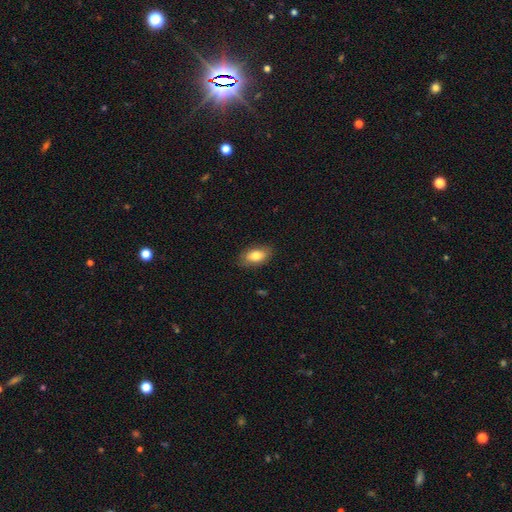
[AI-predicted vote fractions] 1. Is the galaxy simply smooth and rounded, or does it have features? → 80% smooth, 13% featured or disk, 7% star or artifact.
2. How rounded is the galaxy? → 90% in between, 6% round, 4% cigar-shaped.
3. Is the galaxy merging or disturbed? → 85% none, 12% minor disturbance, 2% major disturbance, 1% merger.